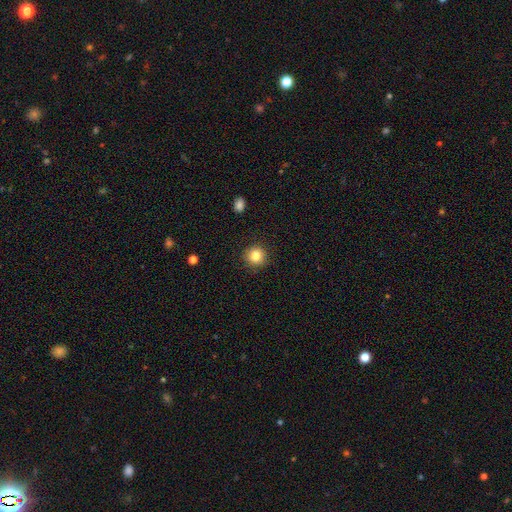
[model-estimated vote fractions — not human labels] Overall: smooth (84%). How rounded: round (93%). Merging: none (91%).